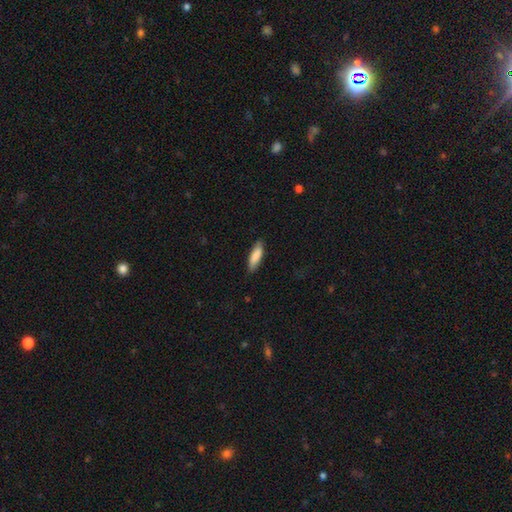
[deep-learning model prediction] A smooth galaxy with no disk features (86%) that is cigar-shaped (53%).

Vote fractions:
- Smooth or featured? smooth: 86% / featured or disk: 8% / star or artifact: 5%
- How rounded? cigar-shaped: 53% / in between: 46% / round: 1%
- Merging? none: 83% / minor disturbance: 14% / major disturbance: 2% / merger: 1%